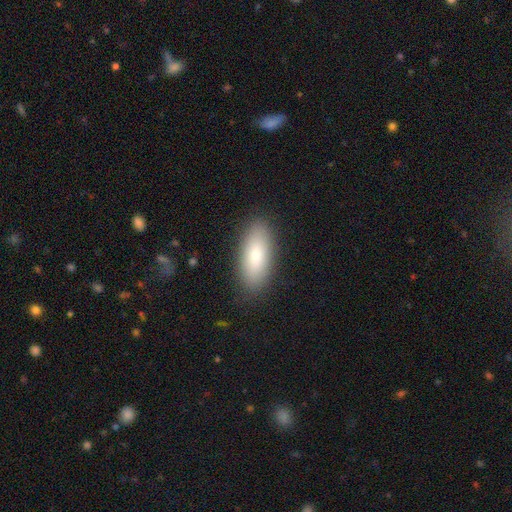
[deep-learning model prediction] Smooth or featured? smooth (80%)
How rounded? in between (82%)
Merging? none (87%)